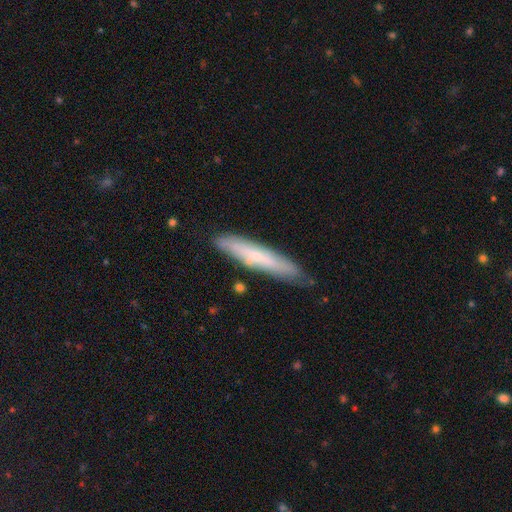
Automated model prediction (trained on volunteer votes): smooth-or-featured: smooth: 49% | featured or disk: 45% | star or artifact: 6%
  merging: none: 78% | minor disturbance: 16% | merger: 3% | major disturbance: 3%